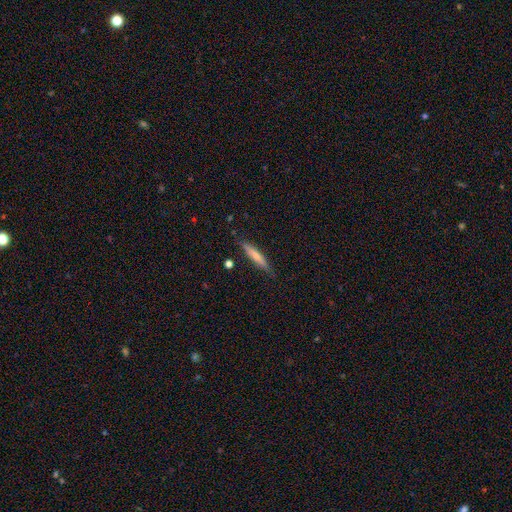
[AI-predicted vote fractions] Morphology: type=smooth (68%); roundness=cigar-shaped (91%); merging=none (83%).